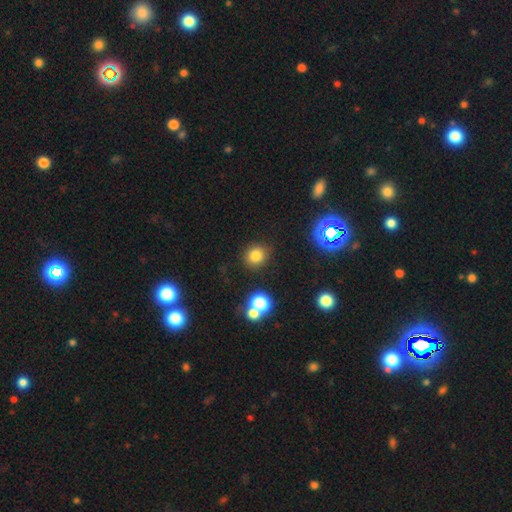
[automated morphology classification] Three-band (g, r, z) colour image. It shows a smooth galaxy with no disk features (78%) that is round (82%). Merging: none (83%).